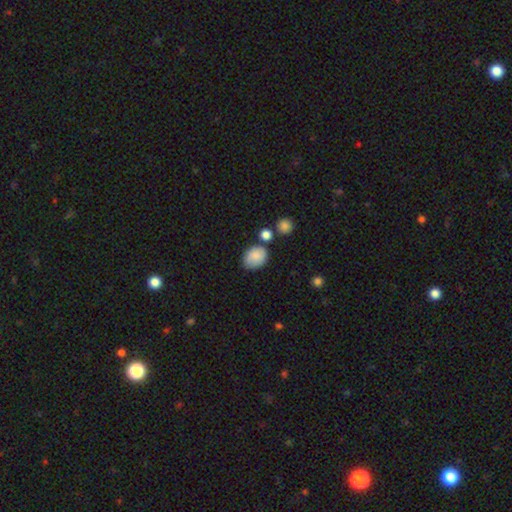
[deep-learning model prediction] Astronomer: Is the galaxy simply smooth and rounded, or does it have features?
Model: smooth — 85%.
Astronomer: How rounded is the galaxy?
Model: in between — 68%.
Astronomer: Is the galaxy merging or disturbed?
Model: none — 66%.